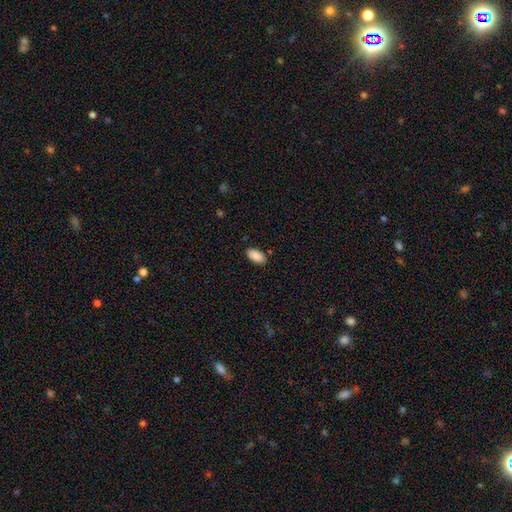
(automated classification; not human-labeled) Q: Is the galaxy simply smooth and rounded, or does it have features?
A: smooth — 90%.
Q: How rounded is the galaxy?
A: in between — 94%.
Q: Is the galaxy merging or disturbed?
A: none — 86%.